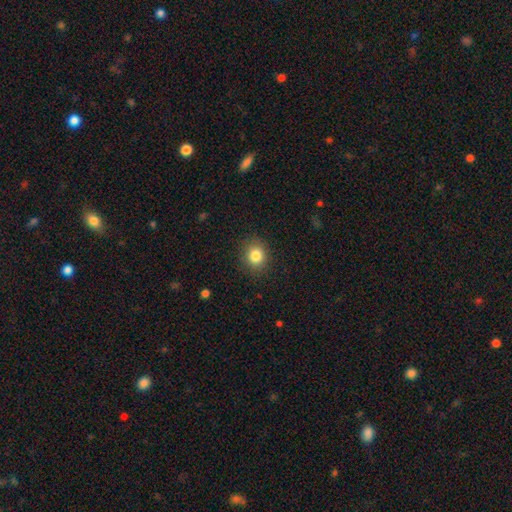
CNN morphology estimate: type=smooth (83%); roundness=round (75%); merging=none (88%).